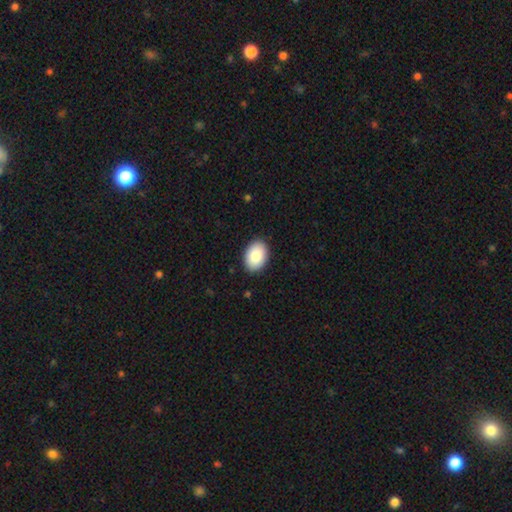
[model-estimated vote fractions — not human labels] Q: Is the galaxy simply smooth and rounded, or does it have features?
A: smooth — 88%.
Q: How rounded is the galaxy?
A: in between — 86%.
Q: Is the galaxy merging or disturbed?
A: none — 90%.